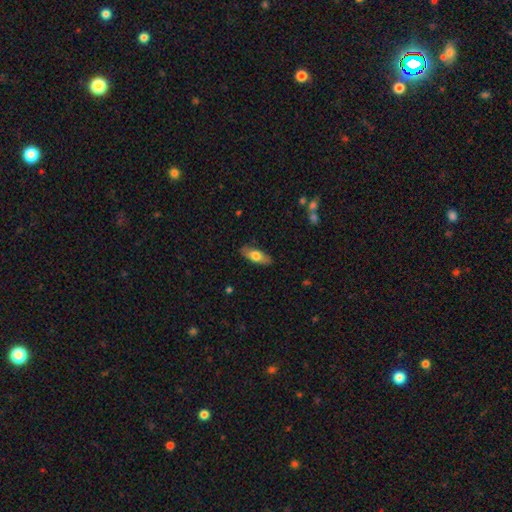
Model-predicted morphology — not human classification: Smooth or featured?
  - smooth: 69% *
  - featured or disk: 25%
  - star or artifact: 6%
How rounded?
  - in between: 73% *
  - cigar-shaped: 24%
  - round: 3%
Merging?
  - none: 86% *
  - minor disturbance: 11%
  - major disturbance: 2%
  - merger: 1%